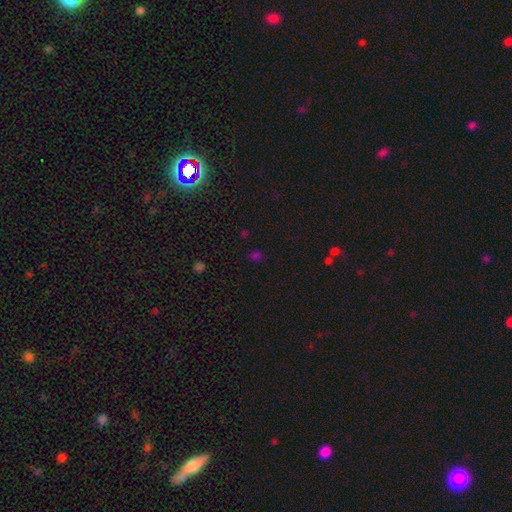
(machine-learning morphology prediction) Smooth or featured: smooth — 60% (star or artifact — 35%)
How rounded: round — 75% (in between — 24%)
Merging: none — 81% (minor disturbance — 11%)